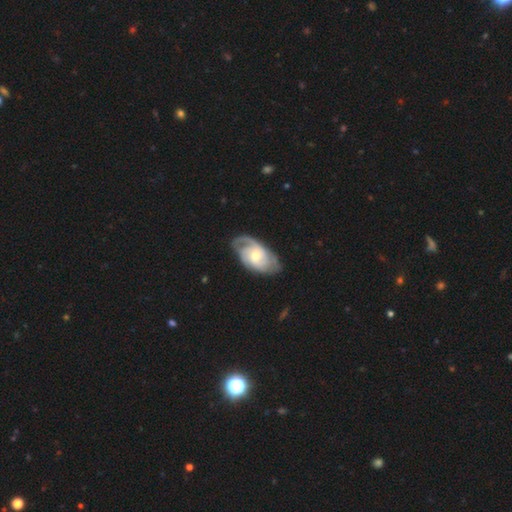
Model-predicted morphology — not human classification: smooth_or_featured: featured or disk (p=0.79) [alt: smooth p=0.17]
disk_edge_on: no (p=0.95) [alt: yes p=0.05]
bar: no (p=0.62) [alt: weak p=0.33]
has_spiral_arms: yes (p=0.93) [alt: no p=0.07]
spiral_winding: tight (p=0.49) [alt: medium p=0.38]
spiral_arm_count: 2 (p=0.42) [alt: can't tell p=0.24]
bulge_size: moderate (p=0.64) [alt: small p=0.26]
merging: none (p=0.68) [alt: minor disturbance p=0.22]